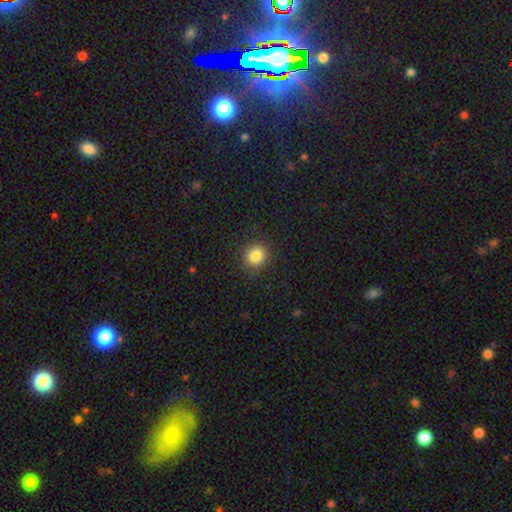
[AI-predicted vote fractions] A smooth galaxy with no disk features (85%) that is round (87%). Merging: none (88%).